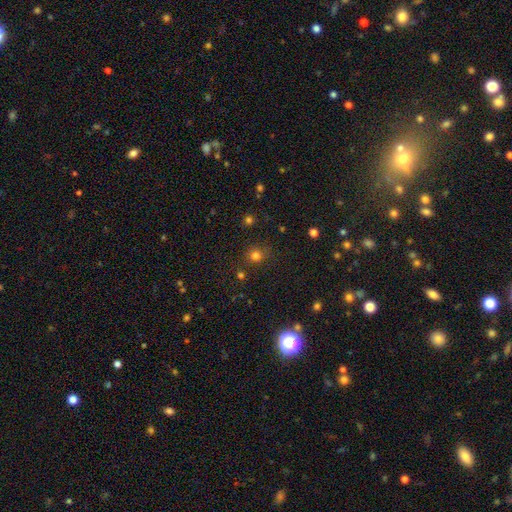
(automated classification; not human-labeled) Smooth or featured? smooth (74%)
How rounded? round (87%)
Merging? none (82%)